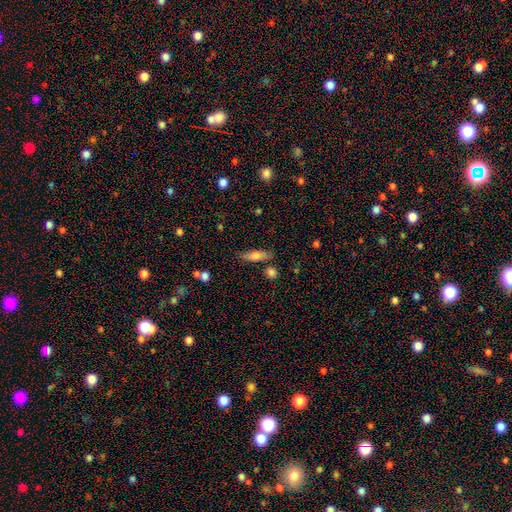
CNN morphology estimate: Smooth or featured: smooth — 72% (featured or disk — 21%)
How rounded: cigar-shaped — 54% (in between — 44%)
Merging: none — 74% (minor disturbance — 14%)